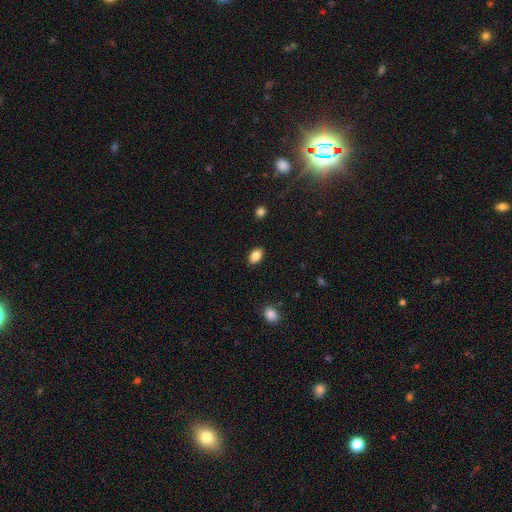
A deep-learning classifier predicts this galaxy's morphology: This appears to be a smooth galaxy with no disk features (86%) that is in between round and cigar-shaped (90%). Merging: none (88%).